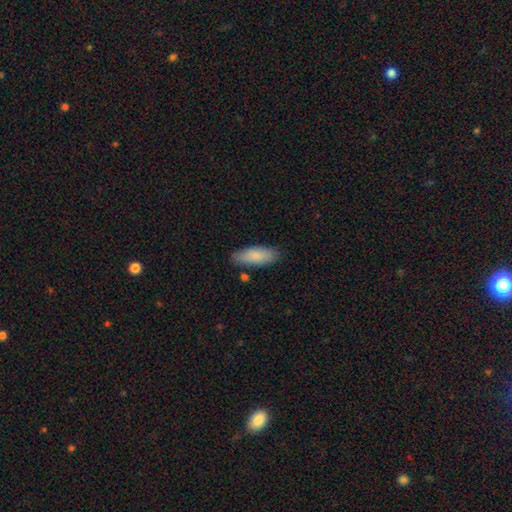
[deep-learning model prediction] A smooth galaxy with no disk features (84%) that is in between round and cigar-shaped (72%). Merging: none (80%).